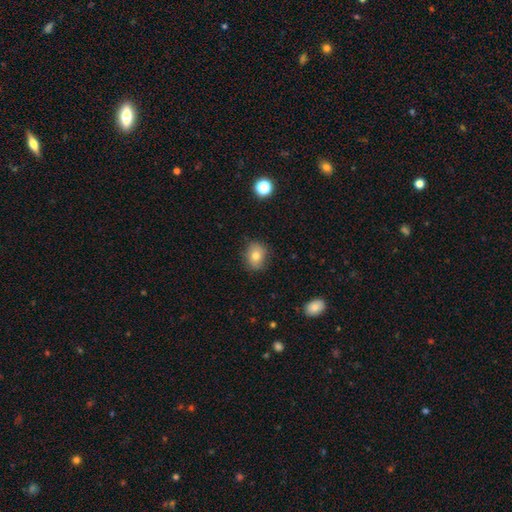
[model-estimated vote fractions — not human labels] Q: Smooth or featured?
A: smooth (78%); runner-up: featured or disk (11%)
Q: How rounded?
A: round (55%); runner-up: in between (44%)
Q: Merging?
A: none (83%); runner-up: minor disturbance (13%)